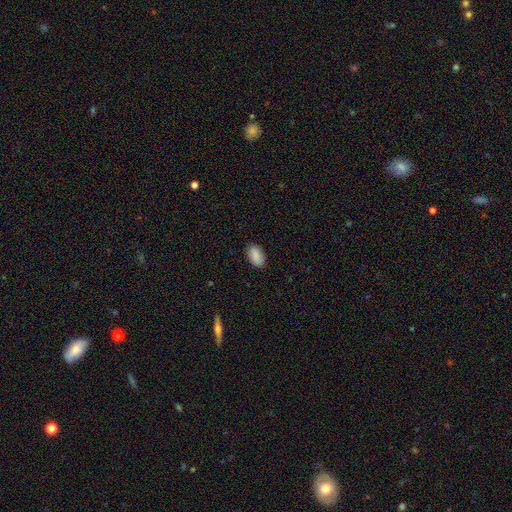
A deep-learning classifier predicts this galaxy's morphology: Smooth or featured? smooth (89%)
How rounded? in between (93%)
Merging? none (88%)